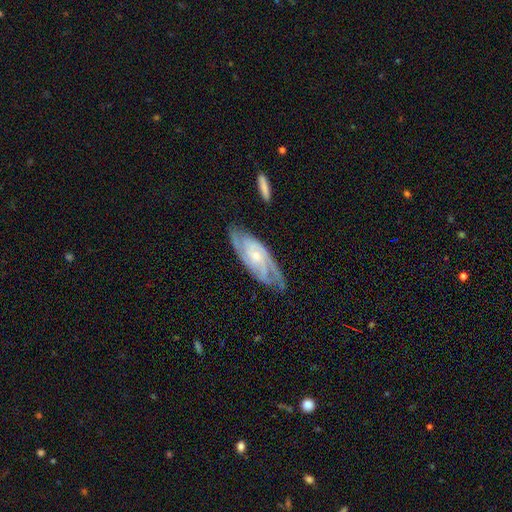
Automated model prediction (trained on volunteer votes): This appears to be a featured or disk galaxy (85%) with no bar (62%), 2 (48%) tight (56%) spiral arms (96%) and a small central bulge (70%). Merging: none (75%).